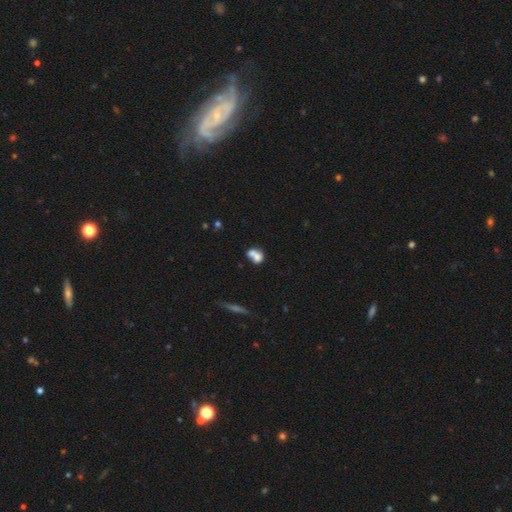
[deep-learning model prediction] This appears to be a smooth galaxy with no disk features (69%) that is in between round and cigar-shaped (53%). Merging: merger (61%).